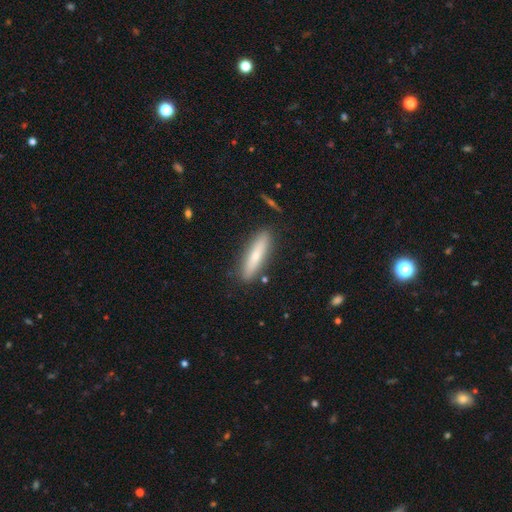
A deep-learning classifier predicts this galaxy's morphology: This appears to be a smooth galaxy with no disk features (63%) that is cigar-shaped (77%). Merging: none (87%).